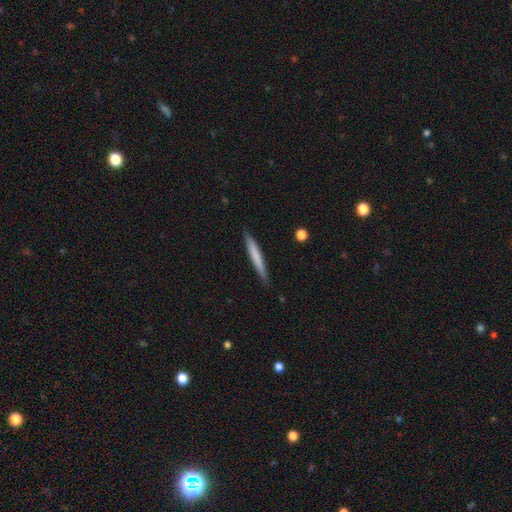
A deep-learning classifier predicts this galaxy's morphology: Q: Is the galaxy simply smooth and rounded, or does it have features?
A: smooth — 67%.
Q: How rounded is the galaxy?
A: cigar-shaped — 96%.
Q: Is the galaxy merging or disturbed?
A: none — 88%.